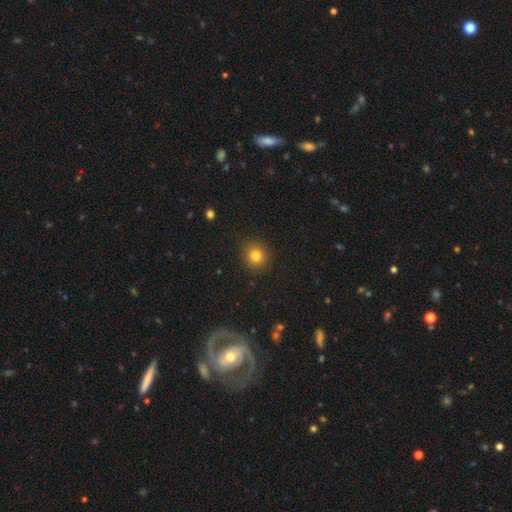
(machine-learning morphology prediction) A smooth galaxy with no disk features (81%) that is round (85%). Merging: none (88%).